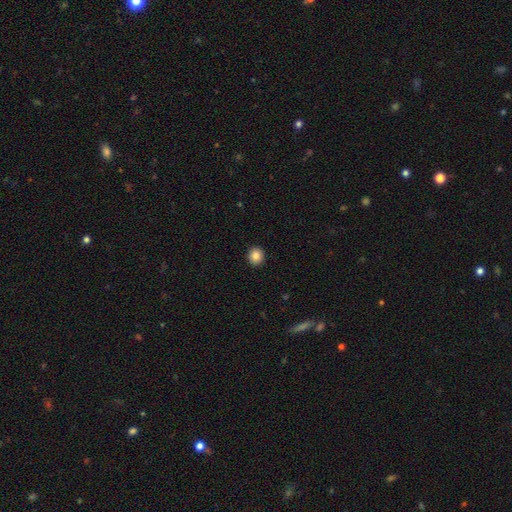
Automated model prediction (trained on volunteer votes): Smooth or featured? Predicted: smooth (p=0.84). How rounded? Predicted: round (p=0.90). Merging? Predicted: none (p=0.93).